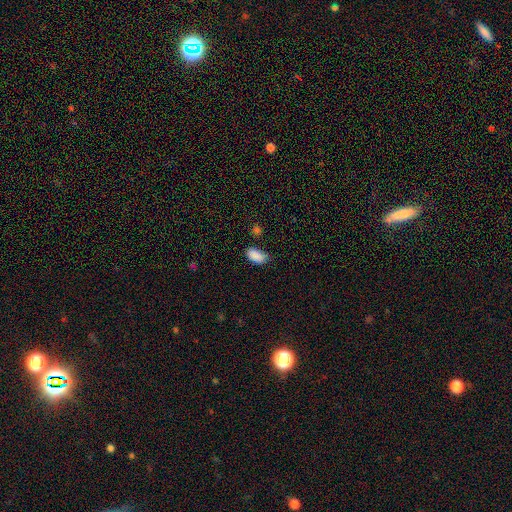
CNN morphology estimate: Q: Smooth or featured?
A: smooth (88%); runner-up: star or artifact (9%)
Q: How rounded?
A: in between (93%); runner-up: round (4%)
Q: Merging?
A: none (59%); runner-up: minor disturbance (29%)